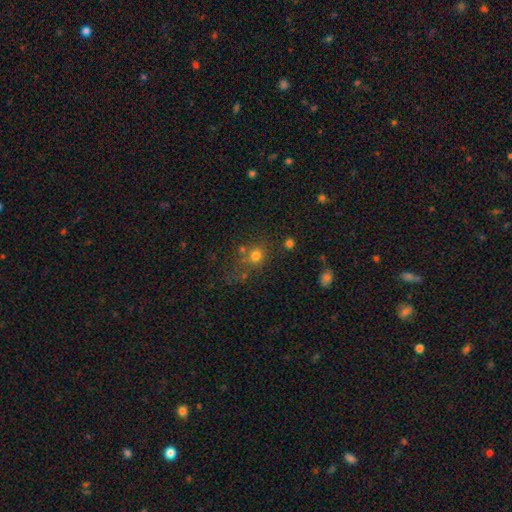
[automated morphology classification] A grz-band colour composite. It shows a smooth galaxy with no disk features (72%) that is round (80%). Merging: none (60%).